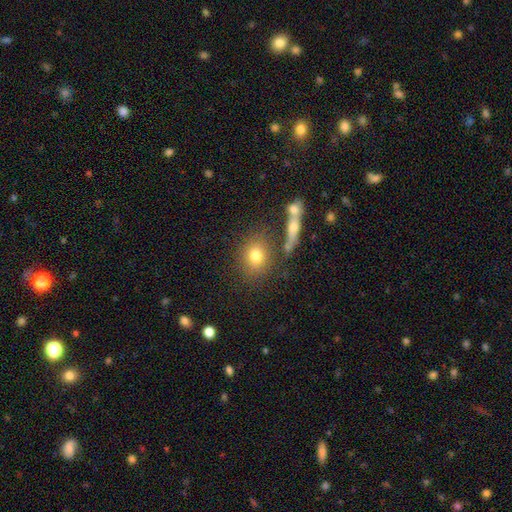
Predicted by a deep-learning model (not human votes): Smooth or featured: smooth — 75% (featured or disk — 13%)
How rounded: round — 64% (in between — 33%)
Merging: none — 73% (minor disturbance — 11%)